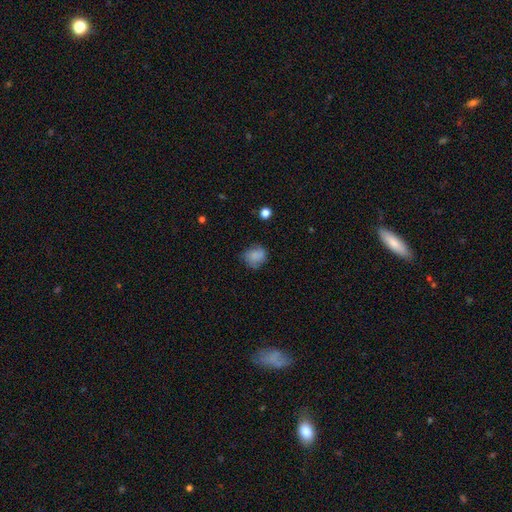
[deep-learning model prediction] This appears to be a smooth galaxy with no disk features (77%) that is round (68%). Merging: none (63%).